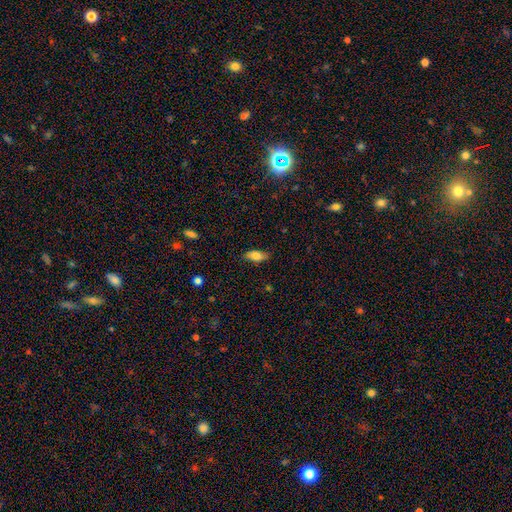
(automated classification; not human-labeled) Q: Smooth or featured?
A: smooth (77%); runner-up: featured or disk (16%)
Q: How rounded?
A: in between (80%); runner-up: cigar-shaped (17%)
Q: Merging?
A: none (83%); runner-up: minor disturbance (14%)